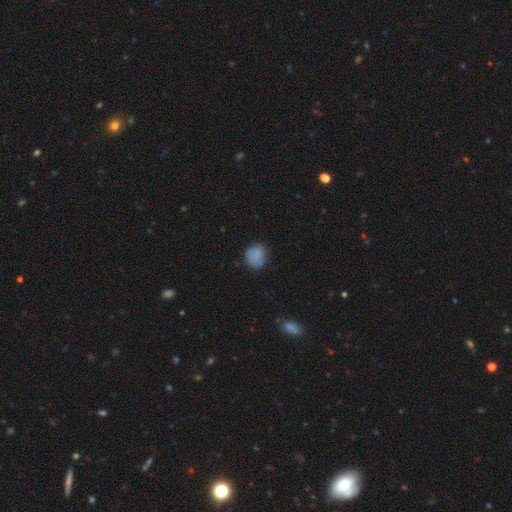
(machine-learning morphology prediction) type=smooth (79%); roundness=round (70%); merging=none (73%).